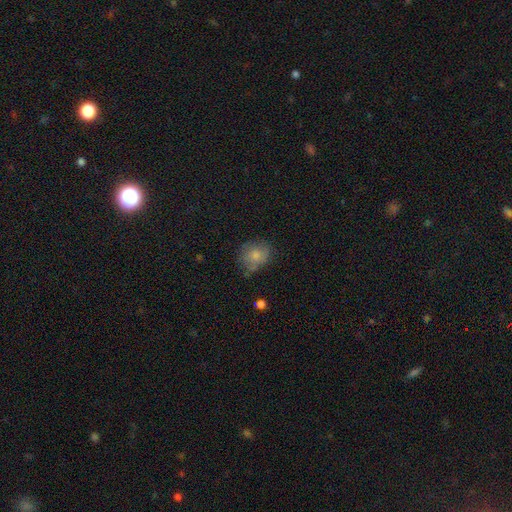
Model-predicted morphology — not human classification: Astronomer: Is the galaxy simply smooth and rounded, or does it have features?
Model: smooth — 75%.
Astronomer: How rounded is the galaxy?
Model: round — 57% (runner-up: in between, 42%).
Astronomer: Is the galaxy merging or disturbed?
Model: none — 61%.